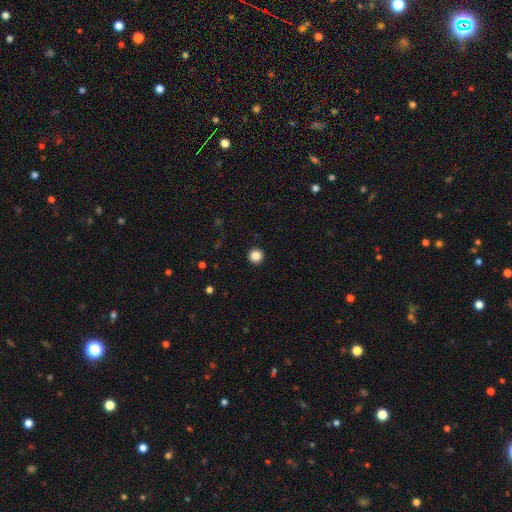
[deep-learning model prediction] smooth_or_featured: smooth (p=0.86) [alt: star or artifact p=0.11]
how_rounded: round (p=0.96) [alt: in between p=0.03]
merging: none (p=0.94) [alt: minor disturbance p=0.04]